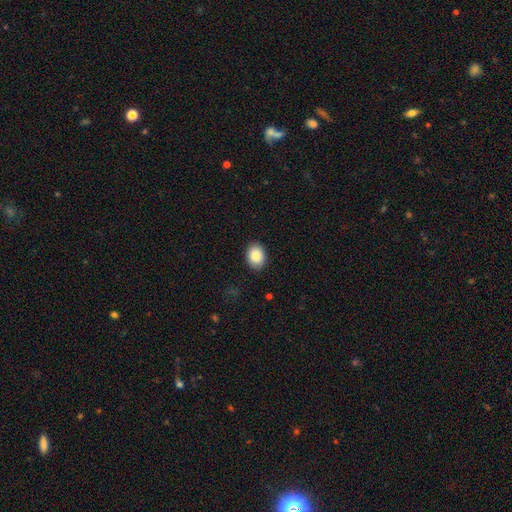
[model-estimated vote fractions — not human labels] smooth_or_featured: smooth (p=0.89) [alt: star or artifact p=0.07]
how_rounded: in between (p=0.71) [alt: round p=0.28]
merging: none (p=0.88) [alt: minor disturbance p=0.09]